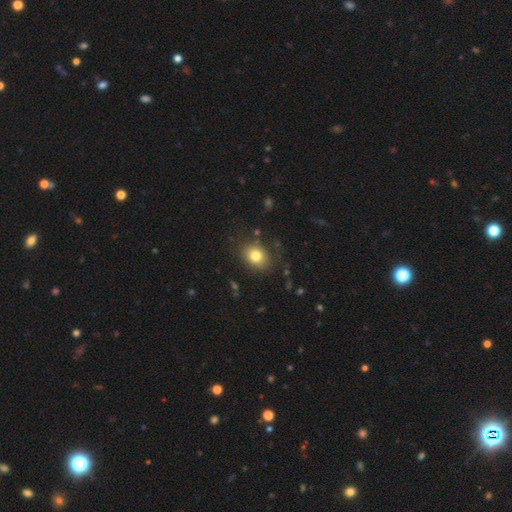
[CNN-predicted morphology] Smooth or featured? Predicted: smooth (p=0.80). How rounded? Predicted: round (p=0.52). Merging? Predicted: none (p=0.82).